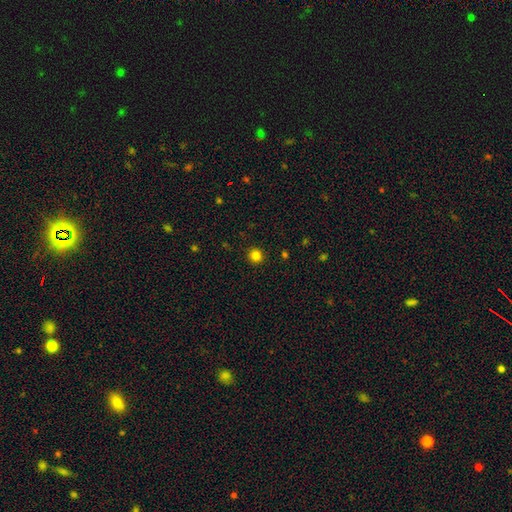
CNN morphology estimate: A smooth galaxy with no disk features (83%) that is round (94%). Merging: none (92%).